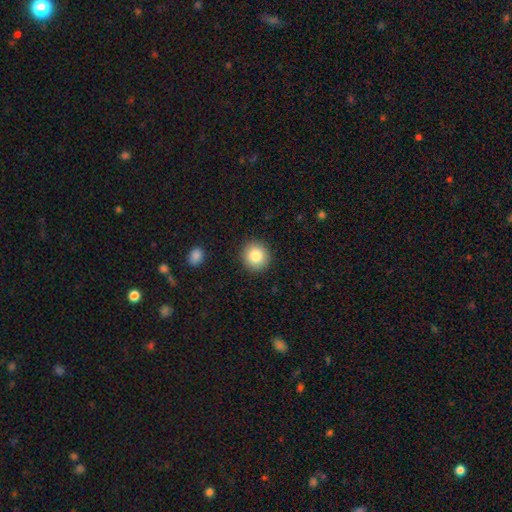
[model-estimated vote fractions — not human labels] Smooth or featured: smooth — 84% (star or artifact — 9%)
How rounded: round — 92% (in between — 7%)
Merging: none — 91% (minor disturbance — 6%)